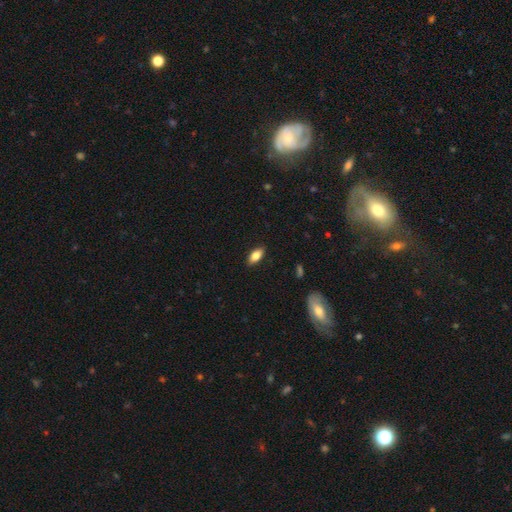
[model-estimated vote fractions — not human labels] smooth 79%, featured or disk 14%, star or artifact 7%. Down the decision tree: how rounded — in between (85%); merging — none (88%).